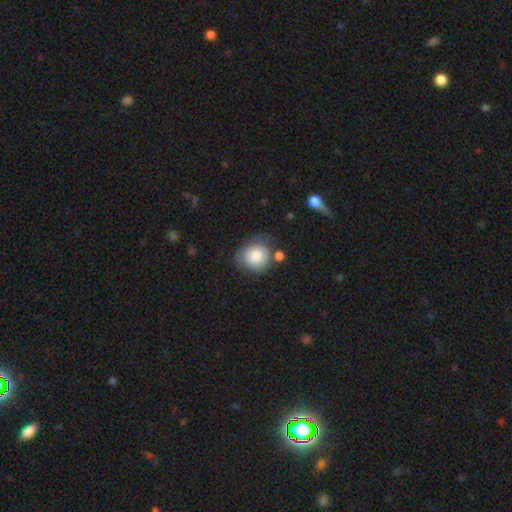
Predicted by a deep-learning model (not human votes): Smooth or featured? smooth (81%)
How rounded? round (76%)
Merging? none (55%)